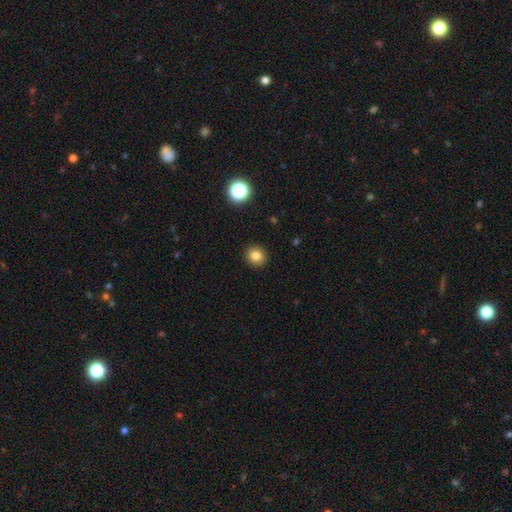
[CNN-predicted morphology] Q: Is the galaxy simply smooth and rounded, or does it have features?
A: smooth — 81%.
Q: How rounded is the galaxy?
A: round — 91%.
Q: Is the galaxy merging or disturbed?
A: none — 92%.